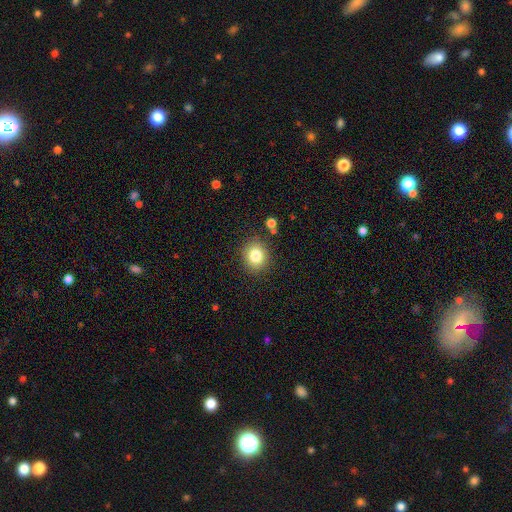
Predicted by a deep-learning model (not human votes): Smooth or featured? smooth (82%)
How rounded? round (69%)
Merging? none (85%)